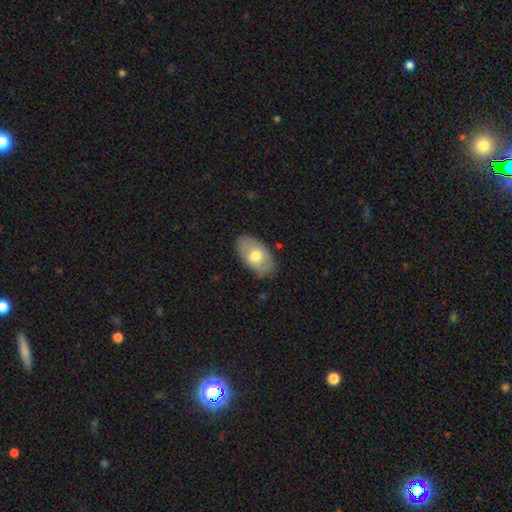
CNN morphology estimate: smooth_or_featured: smooth (p=0.61) [alt: featured or disk p=0.33]
how_rounded: in between (p=0.93) [alt: round p=0.06]
merging: none (p=0.81) [alt: minor disturbance p=0.15]